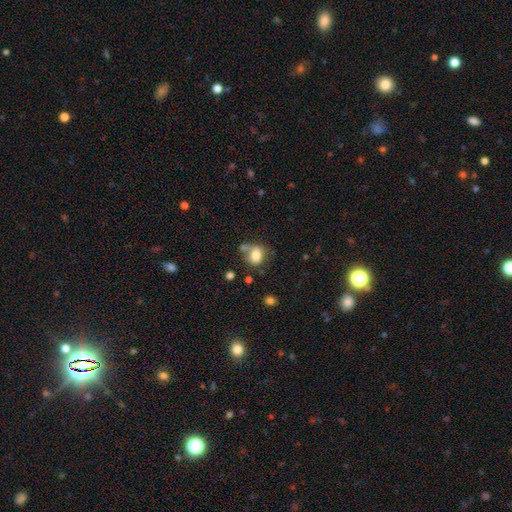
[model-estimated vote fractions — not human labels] Smooth or featured?
  - smooth: 80% *
  - star or artifact: 10%
  - featured or disk: 10%
How rounded?
  - in between: 54% *
  - round: 45%
  - cigar-shaped: 1%
Merging?
  - none: 53% *
  - merger: 24%
  - minor disturbance: 17%
  - major disturbance: 7%